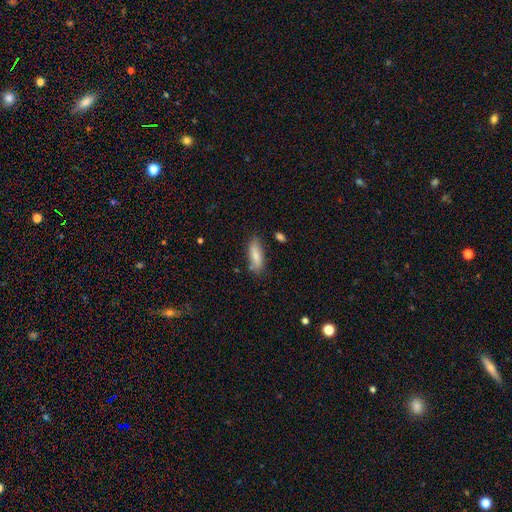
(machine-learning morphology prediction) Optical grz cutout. It shows a smooth galaxy with no disk features (81%) that is in between round and cigar-shaped (62%). Merging: none (78%).